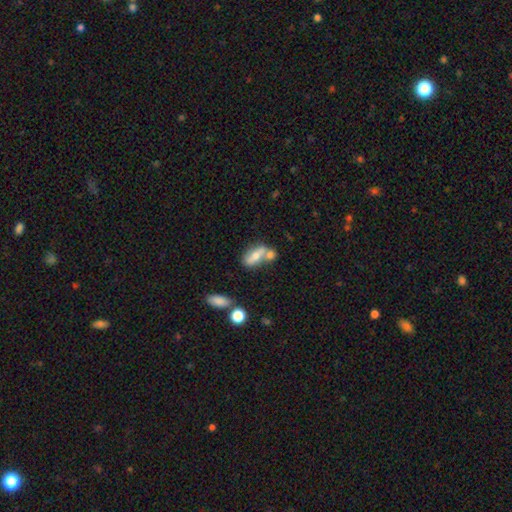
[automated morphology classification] Smooth or featured?
  - smooth: 56% *
  - featured or disk: 35%
  - star or artifact: 9%
How rounded?
  - in between: 73% *
  - cigar-shaped: 21%
  - round: 6%
Merging?
  - none: 42% *
  - merger: 38%
  - minor disturbance: 14%
  - major disturbance: 6%